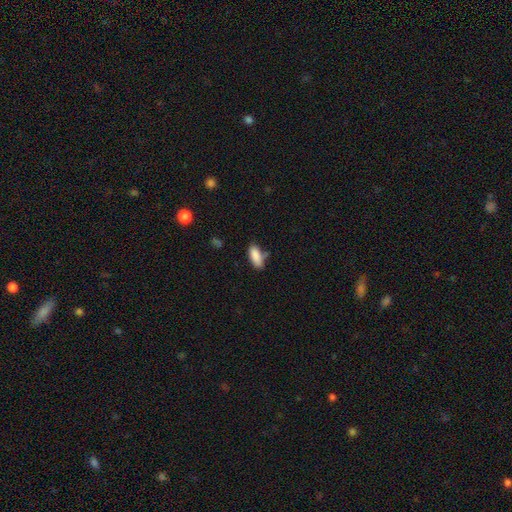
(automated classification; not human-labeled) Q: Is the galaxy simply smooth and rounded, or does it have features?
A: smooth — 87%.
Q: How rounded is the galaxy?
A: in between — 82%.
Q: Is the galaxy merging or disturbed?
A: none — 64%.